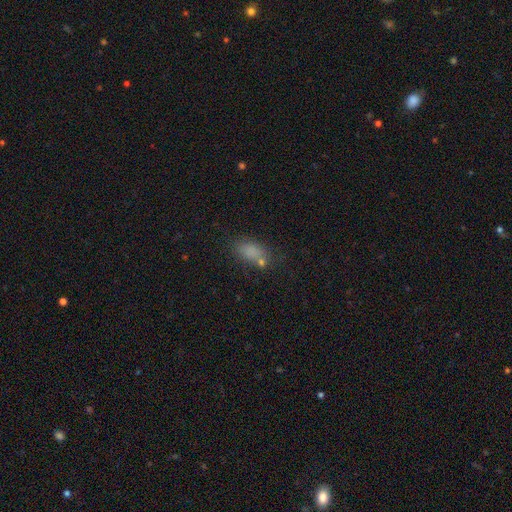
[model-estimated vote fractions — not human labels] Smooth or featured? smooth (76%)
How rounded? in between (83%)
Merging? none (68%)